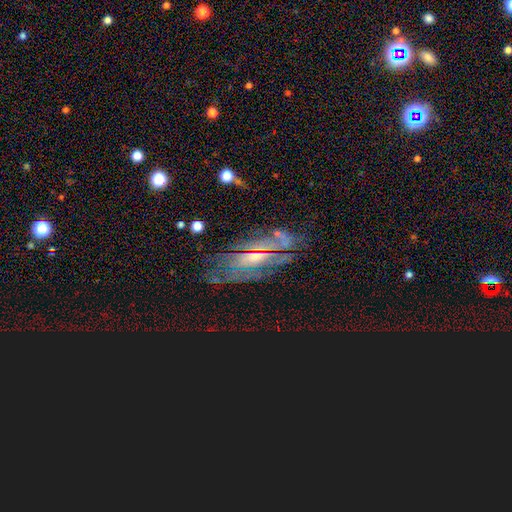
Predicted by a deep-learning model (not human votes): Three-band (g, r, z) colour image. It shows a featured or disk galaxy (74%) with no bar (51%), tight (55%) spiral arms (86%) and a small central bulge (53%). Merging: none (67%).